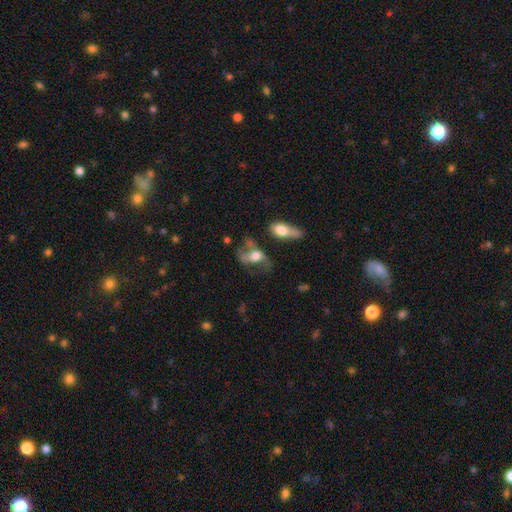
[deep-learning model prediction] Overall: featured or disk (53%; smooth 37%). Edge-on disk: no (87%). Merging: none (32%; major disturbance 30%).